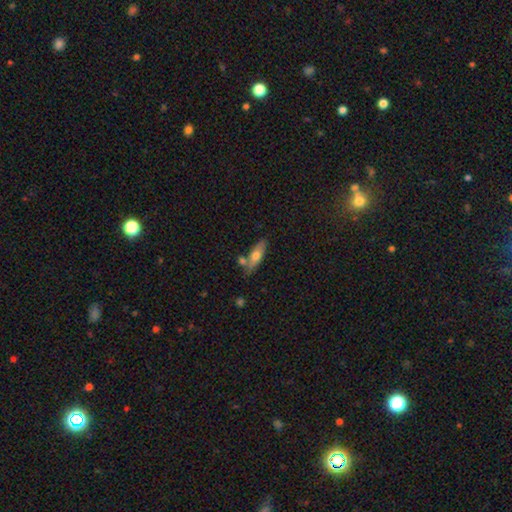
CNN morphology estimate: smooth-or-featured: smooth: 64% | featured or disk: 30% | star or artifact: 7%
  how-rounded: in between: 51% | cigar-shaped: 47% | round: 3%
  merging: none: 67% | minor disturbance: 15% | merger: 15% | major disturbance: 3%